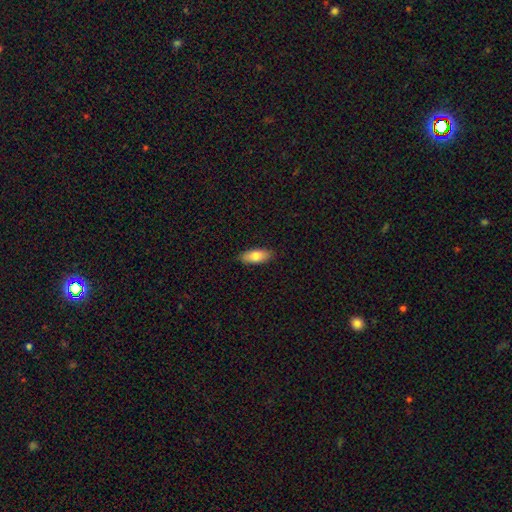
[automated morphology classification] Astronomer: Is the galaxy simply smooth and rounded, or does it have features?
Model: smooth — 79%.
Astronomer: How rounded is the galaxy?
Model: in between — 84%.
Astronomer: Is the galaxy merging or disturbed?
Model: none — 88%.